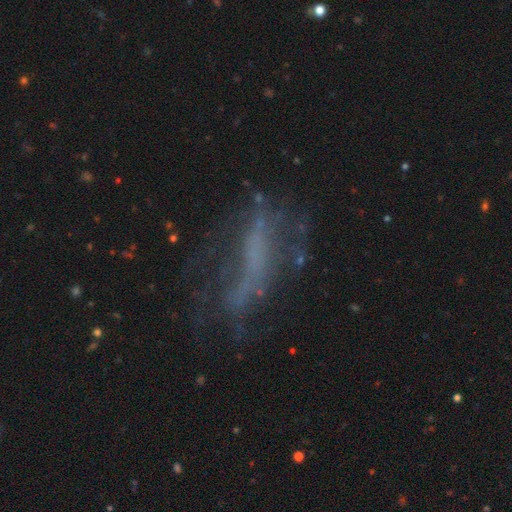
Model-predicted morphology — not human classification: smooth-or-featured: featured or disk: 51% | smooth: 27% | star or artifact: 22%
  disk-edge-on: no: 74% | yes: 26%
  merging: none: 46% | major disturbance: 28% | minor disturbance: 21% | merger: 5%